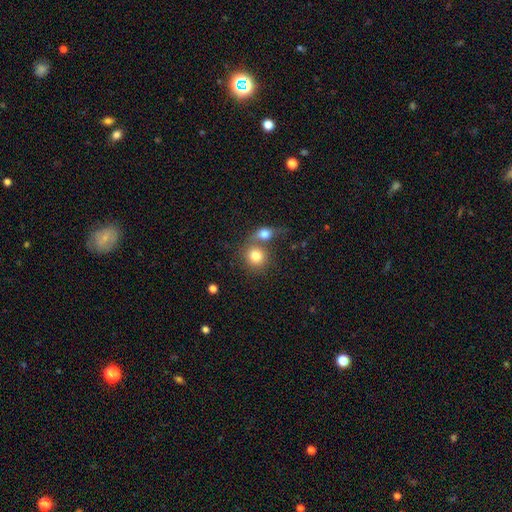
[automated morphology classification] smooth_or_featured: smooth (p=0.79) [alt: featured or disk p=0.11]
how_rounded: round (p=0.81) [alt: in between p=0.18]
merging: merger (p=0.49) [alt: none p=0.40]